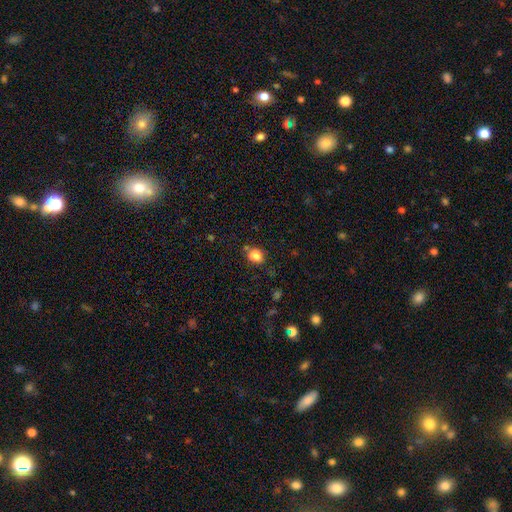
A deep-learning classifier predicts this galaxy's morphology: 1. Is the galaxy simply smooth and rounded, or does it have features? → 80% smooth, 11% star or artifact, 9% featured or disk.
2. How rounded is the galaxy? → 53% round, 46% in between, 1% cigar-shaped.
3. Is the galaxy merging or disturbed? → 63% none, 19% minor disturbance, 13% merger, 6% major disturbance.